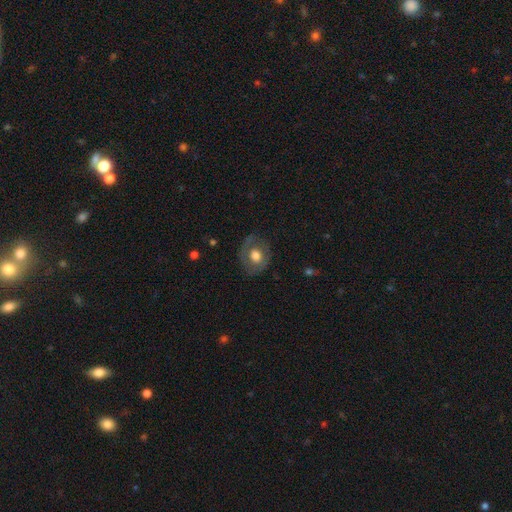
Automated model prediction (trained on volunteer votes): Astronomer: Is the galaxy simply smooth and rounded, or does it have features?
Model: smooth — 54% (runner-up: featured or disk, 39%).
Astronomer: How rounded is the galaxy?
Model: round — 61% (runner-up: in between, 38%).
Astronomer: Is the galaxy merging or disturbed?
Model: none — 75%.